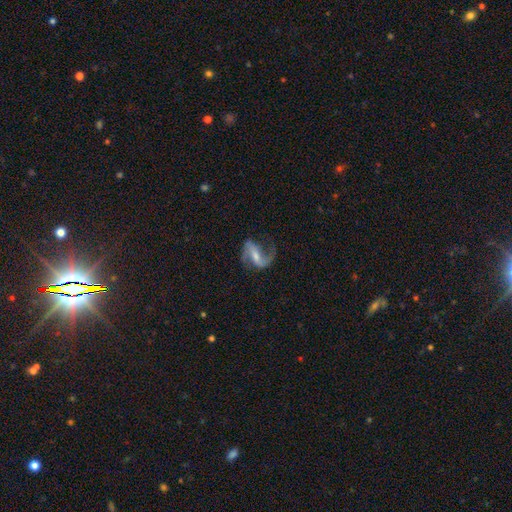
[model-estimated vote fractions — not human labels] This appears to be a featured or disk galaxy (84%) with a weak bar (44%), 2 (85%) loose (58%) spiral arms (95%) and a small central bulge (39%). Merging: none (58%).